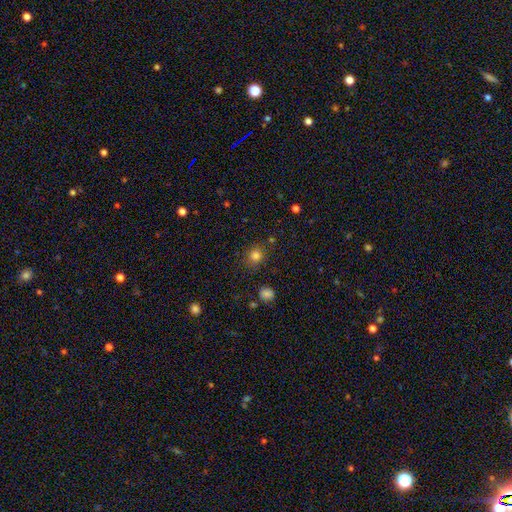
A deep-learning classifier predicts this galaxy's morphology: Smooth or featured? smooth (80%)
How rounded? round (81%)
Merging? none (83%)